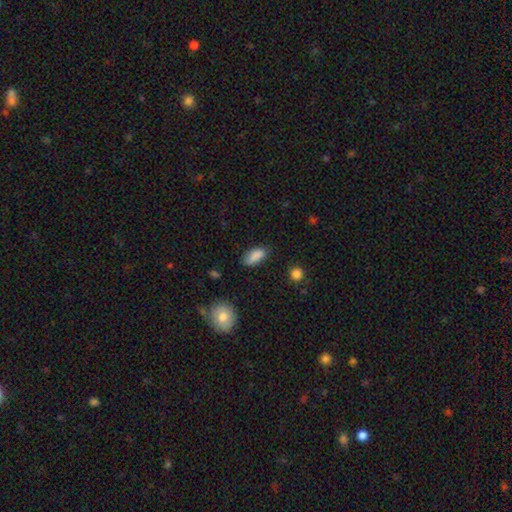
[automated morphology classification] A smooth galaxy with no disk features (87%) that is in between round and cigar-shaped (87%). Merging: none (74%).